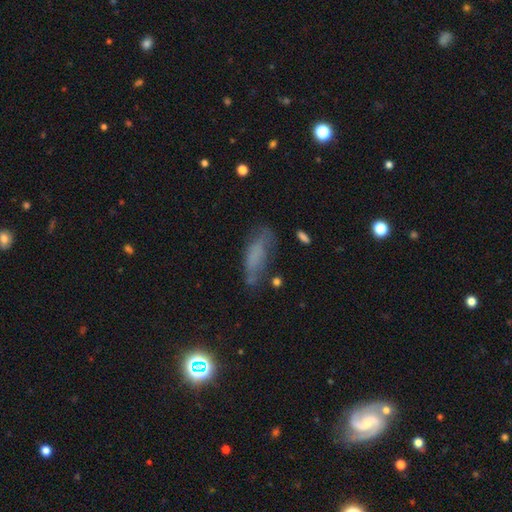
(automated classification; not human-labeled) Smooth or featured?
  - smooth: 58% *
  - featured or disk: 26%
  - star or artifact: 16%
How rounded?
  - in between: 57% *
  - cigar-shaped: 40%
  - round: 3%
Merging?
  - none: 50% *
  - minor disturbance: 28%
  - major disturbance: 17%
  - merger: 5%